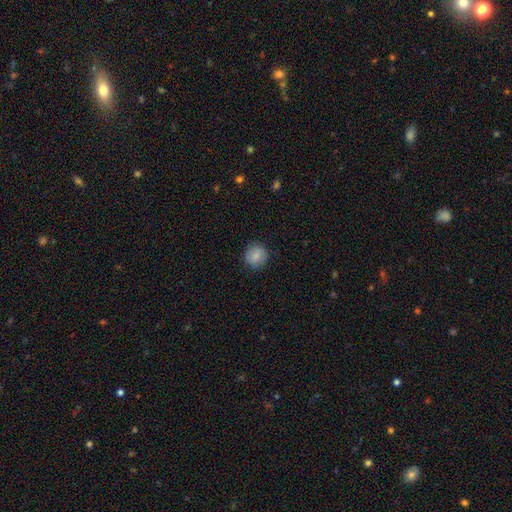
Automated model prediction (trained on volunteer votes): This appears to be a smooth galaxy with no disk features (85%) that is round (89%). Merging: none (88%).